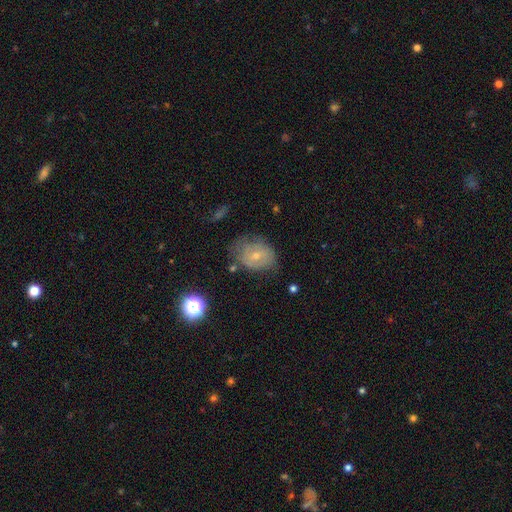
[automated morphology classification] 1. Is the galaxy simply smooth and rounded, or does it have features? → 49% featured or disk, 41% smooth, 11% star or artifact.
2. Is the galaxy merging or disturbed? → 54% none, 30% minor disturbance, 13% major disturbance, 3% merger.